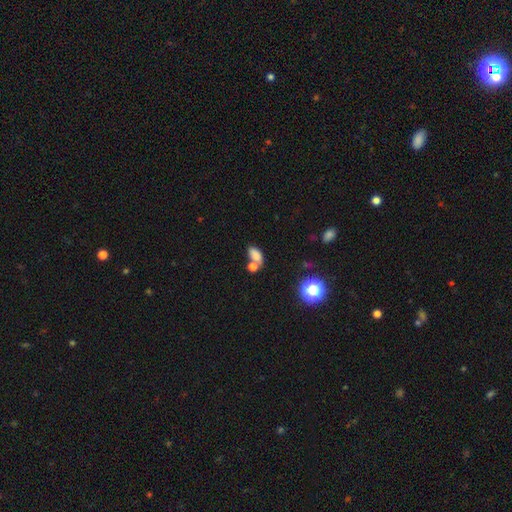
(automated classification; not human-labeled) smooth_or_featured: smooth (p=0.77) [alt: star or artifact p=0.14]
how_rounded: in between (p=0.86) [alt: round p=0.10]
merging: merger (p=0.42) [alt: none p=0.39]